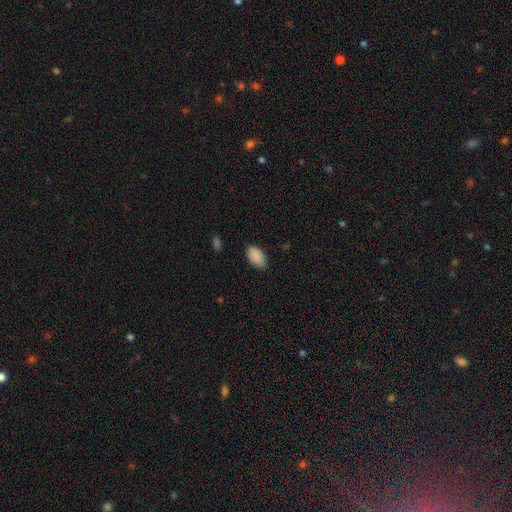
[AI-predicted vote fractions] A smooth galaxy with no disk features (89%) that is in between round and cigar-shaped (93%).

Vote fractions:
- Smooth or featured? smooth: 89% / star or artifact: 7% / featured or disk: 3%
- How rounded? in between: 93% / round: 6% / cigar-shaped: 1%
- Merging? none: 80% / minor disturbance: 16% / major disturbance: 3% / merger: 1%